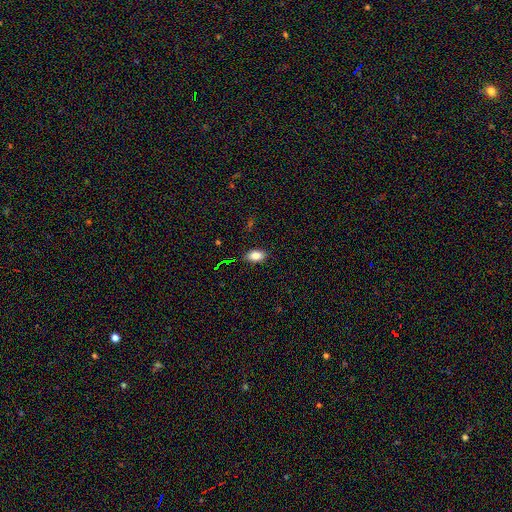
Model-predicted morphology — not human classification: Smooth or featured: smooth — 83% (star or artifact — 10%)
How rounded: in between — 88% (round — 9%)
Merging: none — 85% (minor disturbance — 11%)